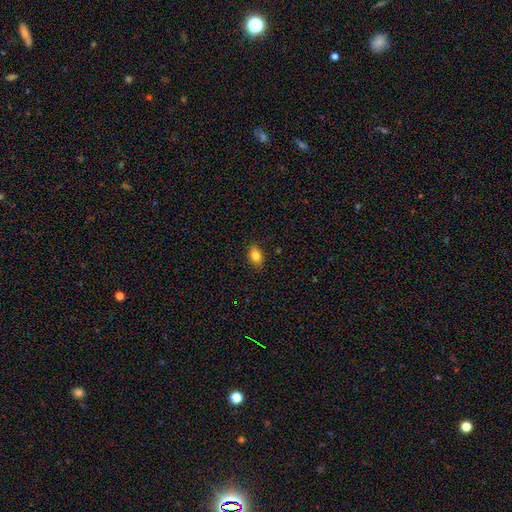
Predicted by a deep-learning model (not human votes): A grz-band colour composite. It shows a smooth galaxy with no disk features (82%) that is in between round and cigar-shaped (85%). Merging: none (86%).